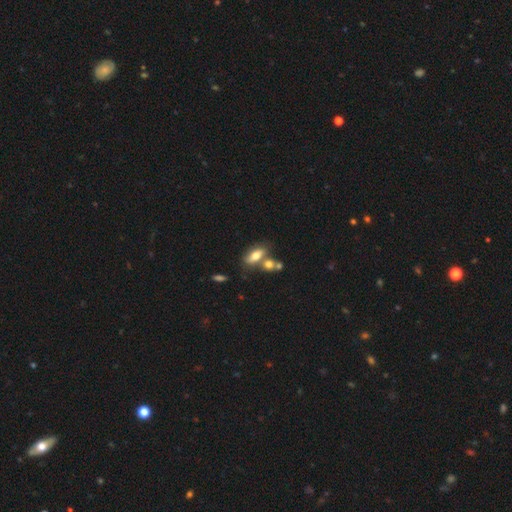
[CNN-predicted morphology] Q: Smooth or featured?
A: smooth (68%); runner-up: featured or disk (24%)
Q: How rounded?
A: in between (78%); runner-up: cigar-shaped (16%)
Q: Merging?
A: none (53%); runner-up: merger (31%)